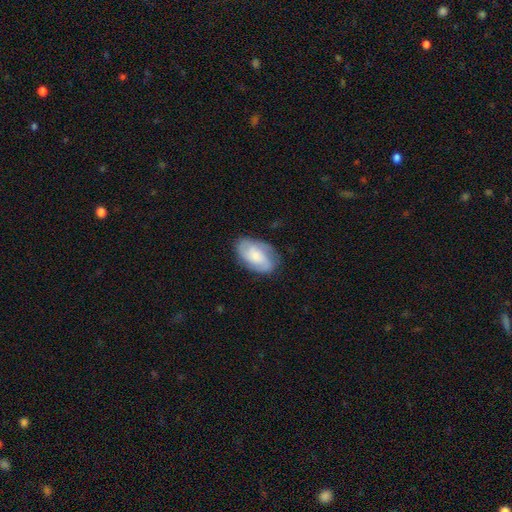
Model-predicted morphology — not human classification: The model was most divided on "smooth or featured": featured or disk: 48%, smooth: 46%, star or artifact: 7%. More confident: merging — none (73%).